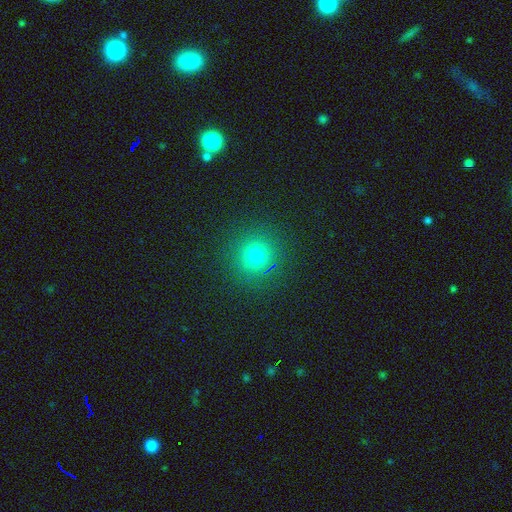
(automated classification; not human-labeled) Smooth or featured: smooth — 75% (star or artifact — 19%)
How rounded: round — 93% (in between — 6%)
Merging: none — 90% (minor disturbance — 6%)